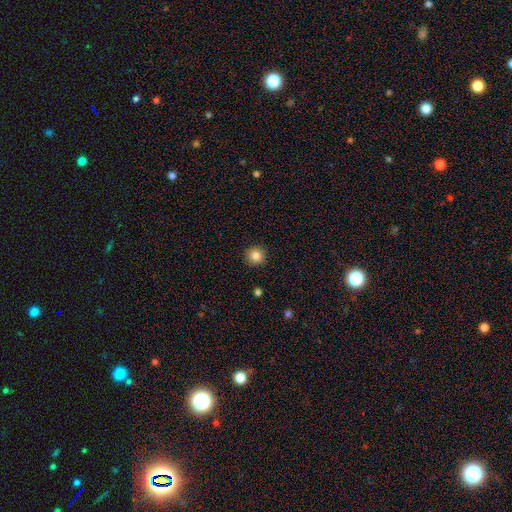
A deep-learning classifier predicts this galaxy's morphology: A smooth galaxy with no disk features (85%) that is round (94%). Merging: none (92%).